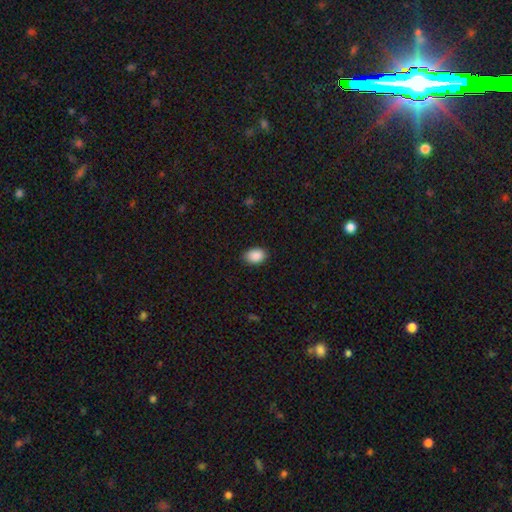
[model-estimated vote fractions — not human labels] smooth 90%, star or artifact 7%, featured or disk 3%. Down the decision tree: how rounded — in between (81%); merging — none (87%).